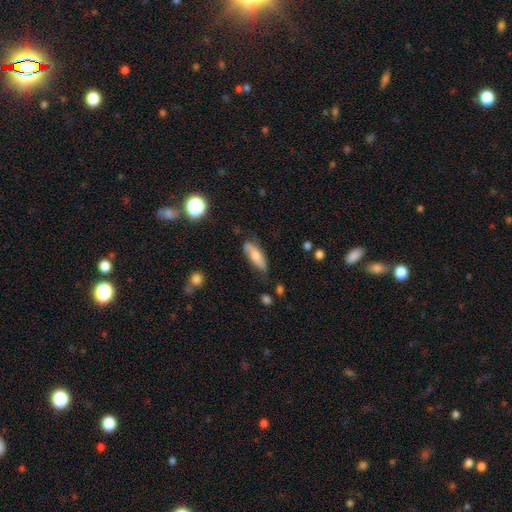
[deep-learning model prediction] Smooth or featured: smooth — 65% (featured or disk — 28%)
How rounded: in between — 63% (cigar-shaped — 35%)
Merging: none — 64% (minor disturbance — 26%)